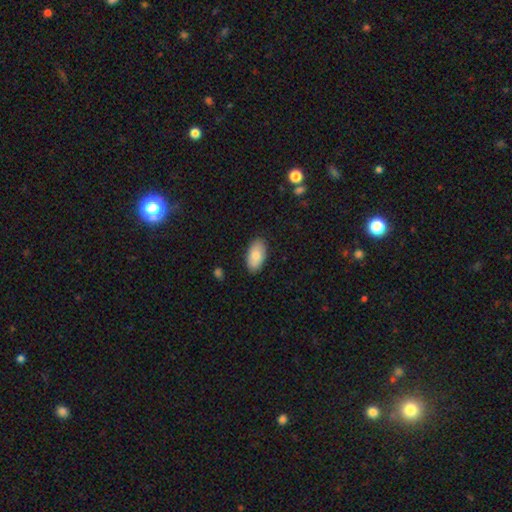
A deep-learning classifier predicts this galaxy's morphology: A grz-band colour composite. It shows a smooth galaxy with no disk features (82%) that is in between round and cigar-shaped (95%). Merging: none (86%).